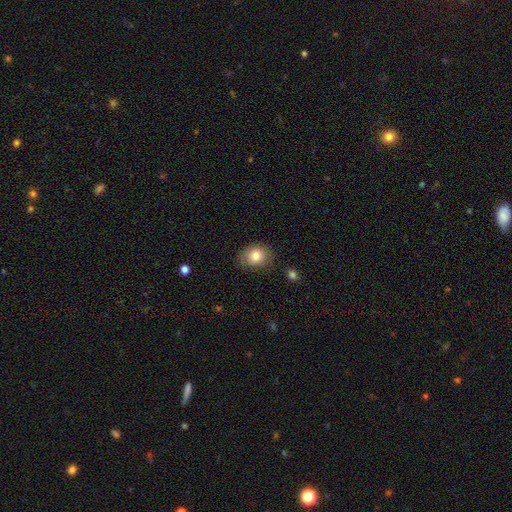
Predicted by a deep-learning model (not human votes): A smooth galaxy with no disk features (80%) that is round (56%). Merging: none (74%).